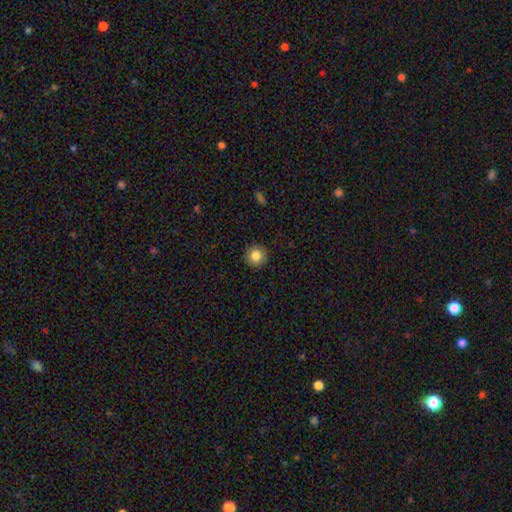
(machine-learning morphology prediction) smooth-or-featured: smooth: 83% | star or artifact: 9% | featured or disk: 8%
  how-rounded: round: 93% | in between: 6% | cigar-shaped: 1%
  merging: none: 91% | minor disturbance: 6% | major disturbance: 2% | merger: 1%